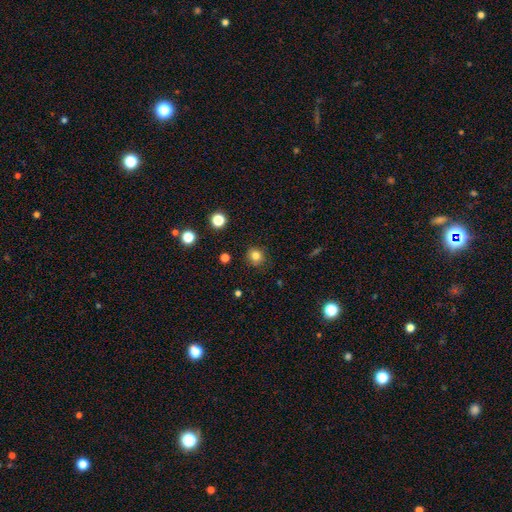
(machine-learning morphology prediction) Smooth or featured? smooth (81%)
How rounded? round (88%)
Merging? none (86%)